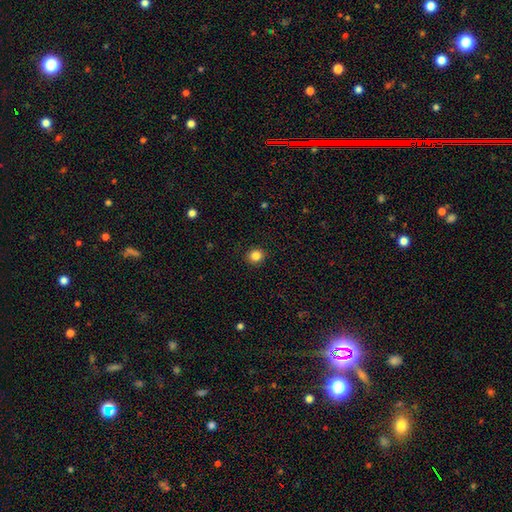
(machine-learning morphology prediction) type=smooth (85%); roundness=round (84%); merging=none (92%).